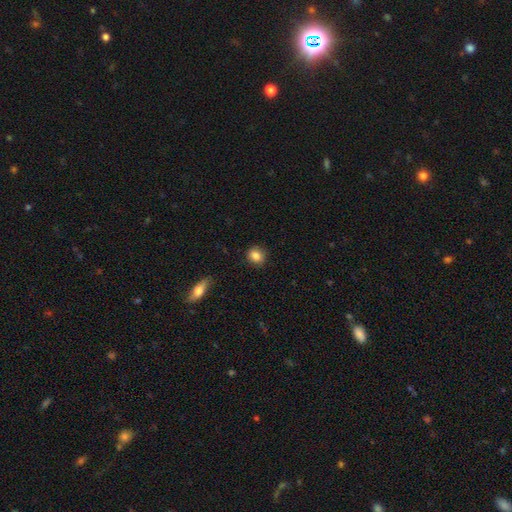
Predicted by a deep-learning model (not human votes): A smooth galaxy with no disk features (85%) that is round (66%). Merging: none (88%).